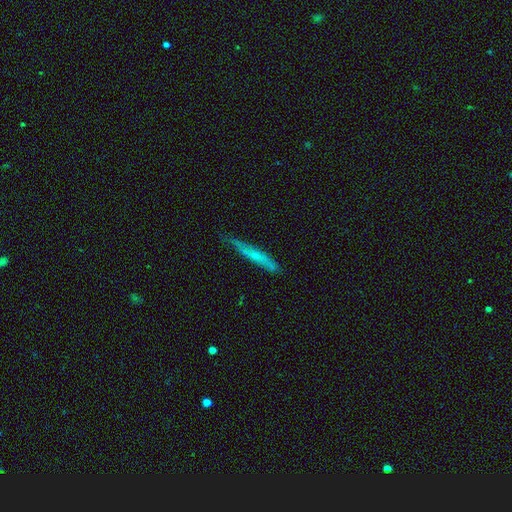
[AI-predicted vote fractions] Smooth or featured?
  - featured or disk: 51% *
  - smooth: 43%
  - star or artifact: 6%
Edge-on disk?
  - yes: 88% *
  - no: 12%
Merging?
  - none: 73% *
  - minor disturbance: 22%
  - major disturbance: 4%
  - merger: 2%